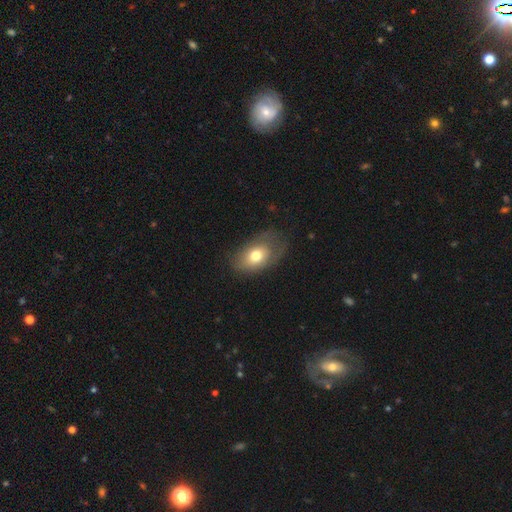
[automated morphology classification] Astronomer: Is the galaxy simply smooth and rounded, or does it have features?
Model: smooth — 69%.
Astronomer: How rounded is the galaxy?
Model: in between — 85%.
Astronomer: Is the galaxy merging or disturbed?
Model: none — 60%.